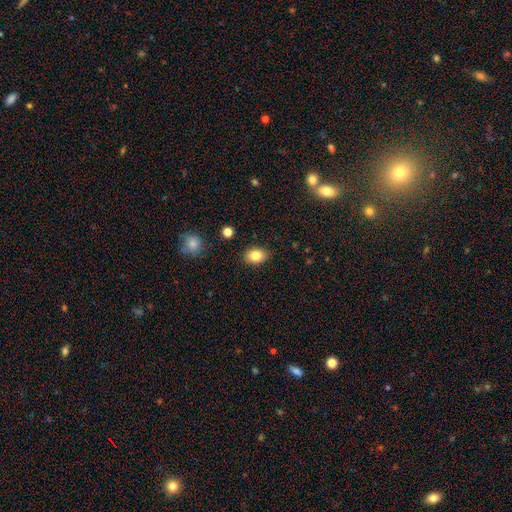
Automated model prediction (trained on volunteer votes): A smooth galaxy with no disk features (82%) that is in between round and cigar-shaped (73%). Merging: none (87%).